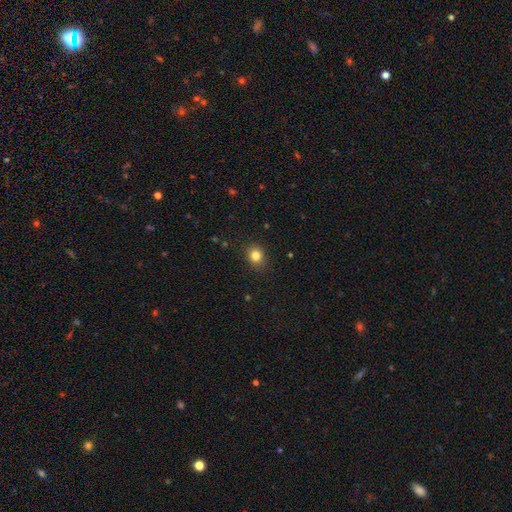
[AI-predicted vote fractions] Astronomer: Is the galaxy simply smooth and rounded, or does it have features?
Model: smooth — 82%.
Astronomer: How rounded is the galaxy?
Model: round — 70%.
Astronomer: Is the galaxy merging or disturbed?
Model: none — 88%.